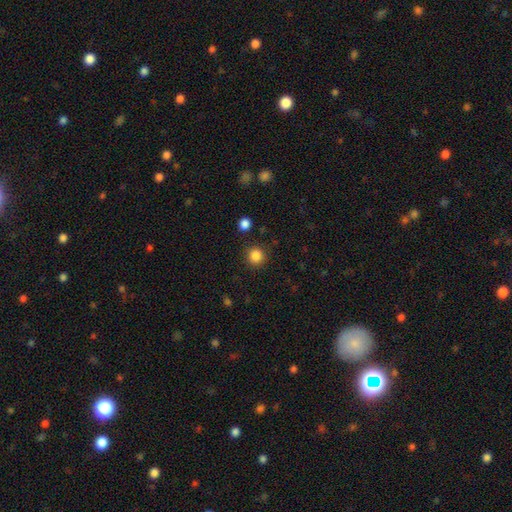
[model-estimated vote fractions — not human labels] Smooth or featured: smooth — 85% (star or artifact — 11%)
How rounded: round — 93% (in between — 7%)
Merging: none — 89% (minor disturbance — 7%)